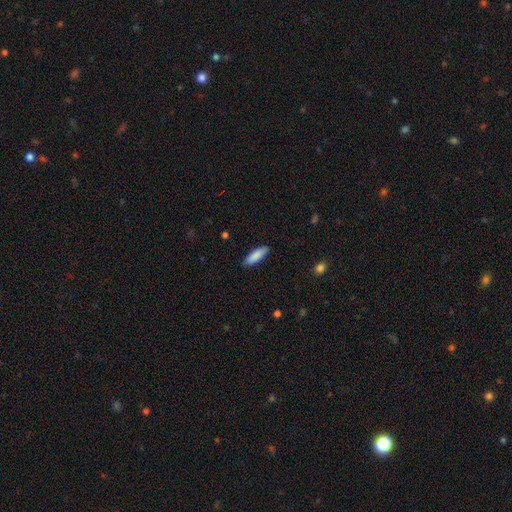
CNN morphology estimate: A smooth galaxy with no disk features (87%) that is cigar-shaped (53%). Merging: none (87%).